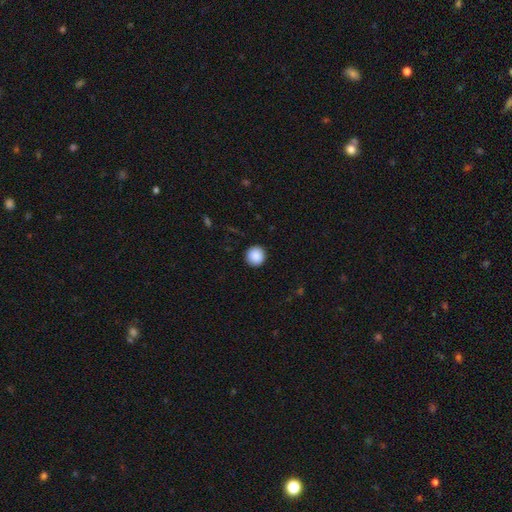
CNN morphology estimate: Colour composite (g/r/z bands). It shows a smooth galaxy with no disk features (90%) that is round (94%). Merging: none (93%).